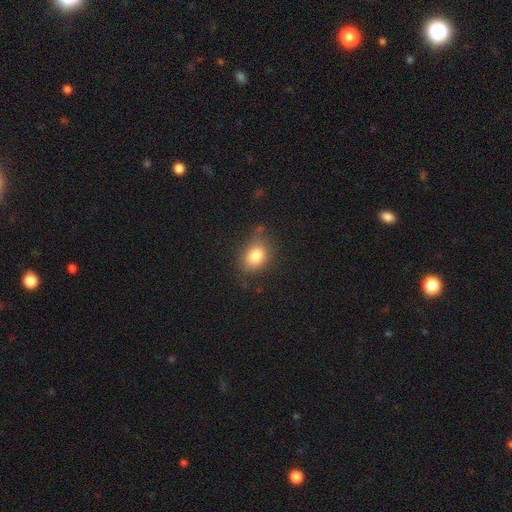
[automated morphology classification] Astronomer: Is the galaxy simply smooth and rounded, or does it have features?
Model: smooth — 79%.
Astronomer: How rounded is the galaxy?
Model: in between — 61% (runner-up: round, 37%).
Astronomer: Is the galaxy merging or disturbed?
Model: none — 65%.